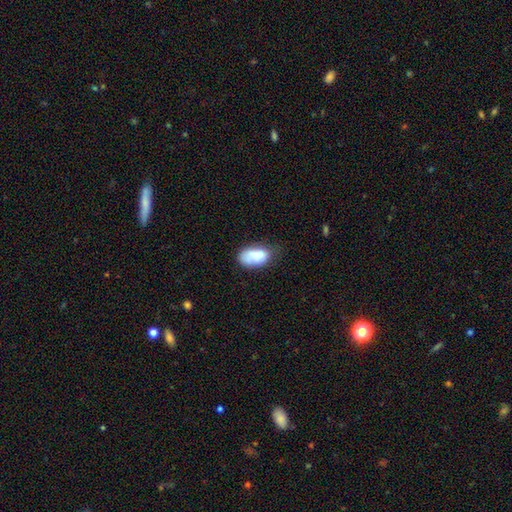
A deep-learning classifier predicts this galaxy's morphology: The model was most divided on "merging": none: 48%, minor disturbance: 35%, major disturbance: 12%, merger: 5%. More confident: how rounded — in between (93%); smooth or featured — smooth (81%).